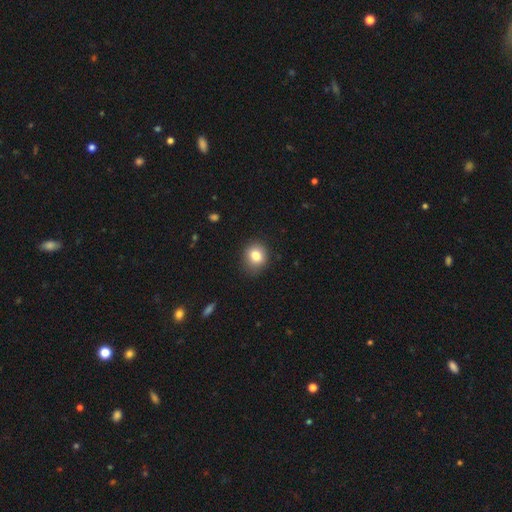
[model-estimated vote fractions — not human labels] This appears to be a smooth galaxy with no disk features (81%) that is round (71%). Merging: none (85%).